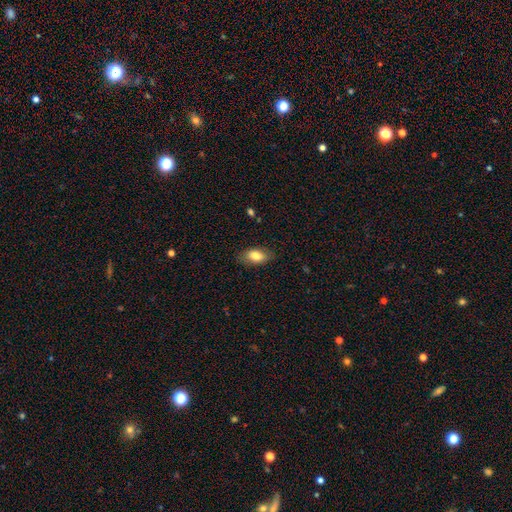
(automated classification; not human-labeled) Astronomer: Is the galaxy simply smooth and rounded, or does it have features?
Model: smooth — 82%.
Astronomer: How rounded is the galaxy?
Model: in between — 89%.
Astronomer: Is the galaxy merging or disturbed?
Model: none — 82%.